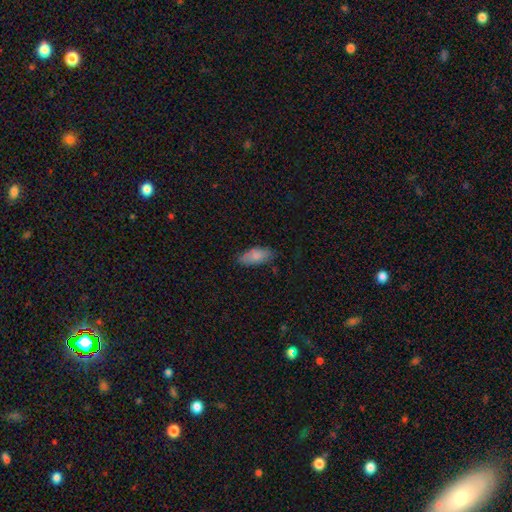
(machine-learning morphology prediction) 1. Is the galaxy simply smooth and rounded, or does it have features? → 82% smooth, 12% featured or disk, 6% star or artifact.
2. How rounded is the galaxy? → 87% in between, 11% cigar-shaped, 2% round.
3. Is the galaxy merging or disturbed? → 75% none, 20% minor disturbance, 4% major disturbance, 1% merger.